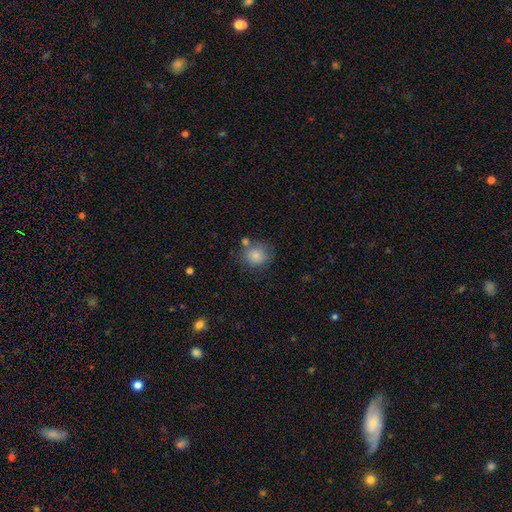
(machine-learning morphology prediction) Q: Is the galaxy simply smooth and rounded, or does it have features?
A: smooth — 84%.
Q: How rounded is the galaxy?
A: round — 80%.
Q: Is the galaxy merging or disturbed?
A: none — 66%.